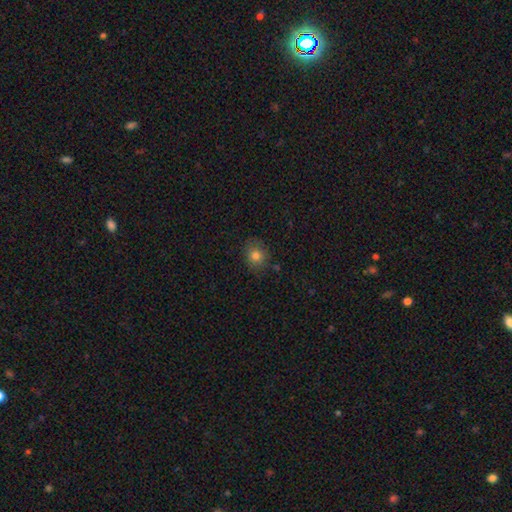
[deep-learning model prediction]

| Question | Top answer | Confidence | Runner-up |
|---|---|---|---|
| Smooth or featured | smooth | 78% | star or artifact (12%) |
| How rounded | round | 63% | in between (36%) |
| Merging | none | 77% | minor disturbance (17%) |